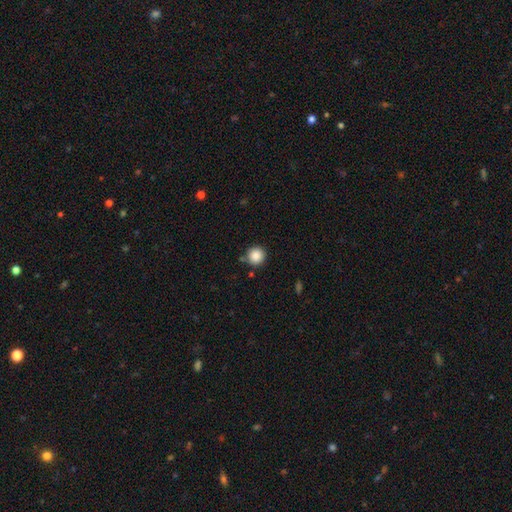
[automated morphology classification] Q: Smooth or featured?
A: smooth (87%); runner-up: star or artifact (9%)
Q: How rounded?
A: round (95%); runner-up: in between (4%)
Q: Merging?
A: none (85%); runner-up: minor disturbance (8%)